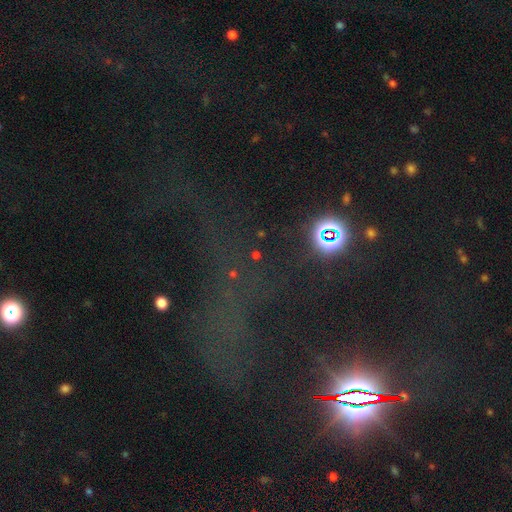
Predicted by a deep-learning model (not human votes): Smooth or featured?
  - star or artifact: 72% *
  - smooth: 18%
  - featured or disk: 10%